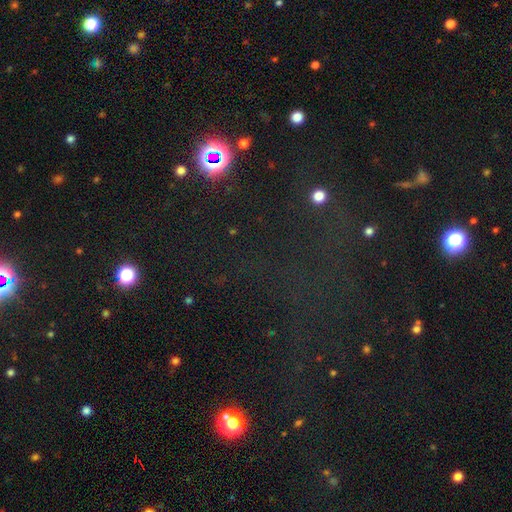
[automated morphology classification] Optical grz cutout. It shows a star or artifact, not a galaxy (71%).